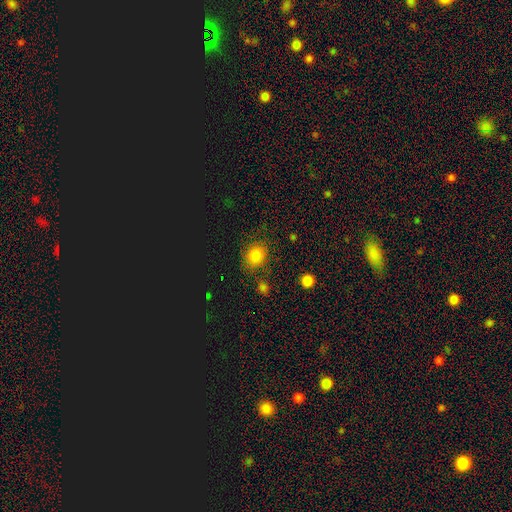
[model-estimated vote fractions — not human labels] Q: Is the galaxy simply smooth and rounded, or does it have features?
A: smooth — 79%.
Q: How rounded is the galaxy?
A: round — 64%.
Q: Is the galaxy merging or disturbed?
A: none — 78%.